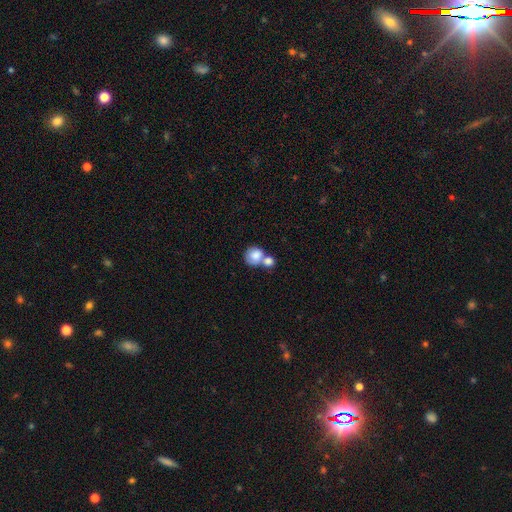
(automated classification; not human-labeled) Overall: smooth (82%). How rounded: round (80%). Merging: merger (57%; none 30%).